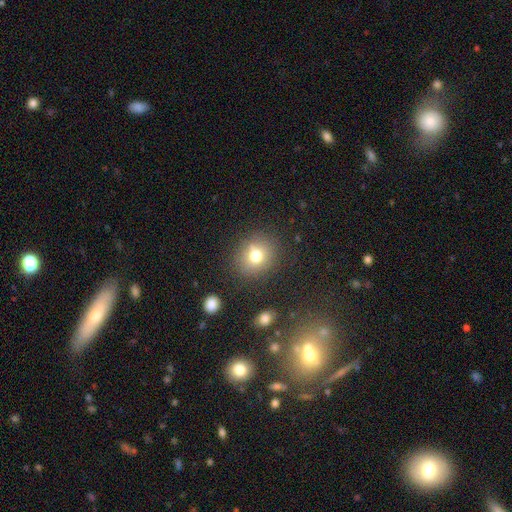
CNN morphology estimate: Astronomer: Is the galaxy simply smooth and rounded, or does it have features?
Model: smooth — 75%.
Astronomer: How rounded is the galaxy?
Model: round — 77%.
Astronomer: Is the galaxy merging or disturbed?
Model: none — 79%.